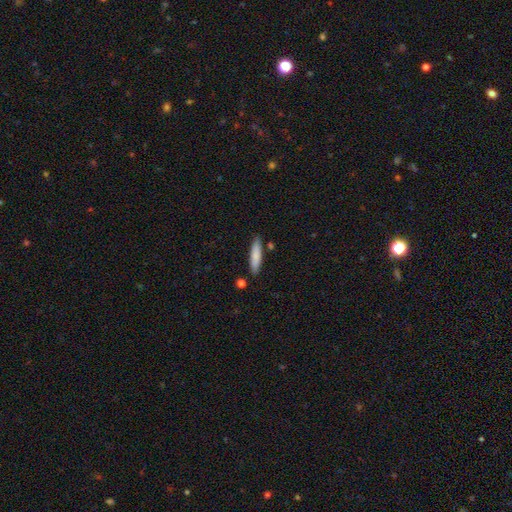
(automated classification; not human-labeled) Overall: smooth (80%). How rounded: cigar-shaped (80%). Merging: none (84%).